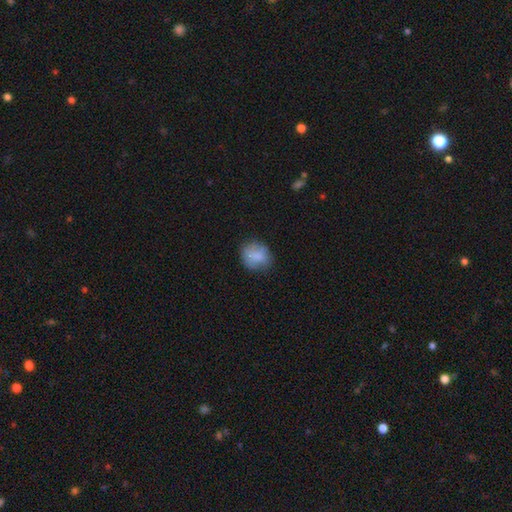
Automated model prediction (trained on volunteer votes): This appears to be a smooth galaxy with no disk features (80%) that is round (63%). Merging: none (72%).